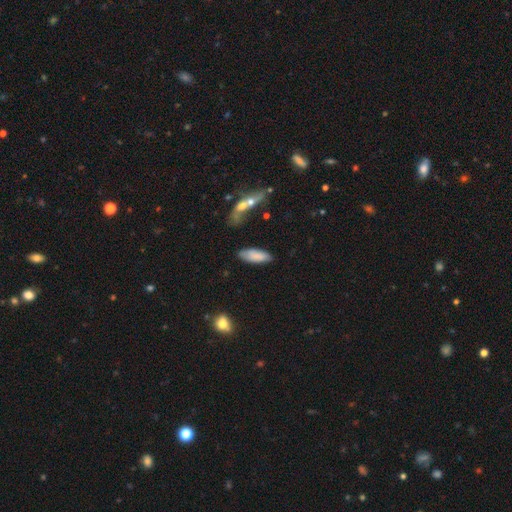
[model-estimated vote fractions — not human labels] smooth 80%, featured or disk 13%, star or artifact 7%. Down the decision tree: how rounded — in between (68%); merging — none (74%).